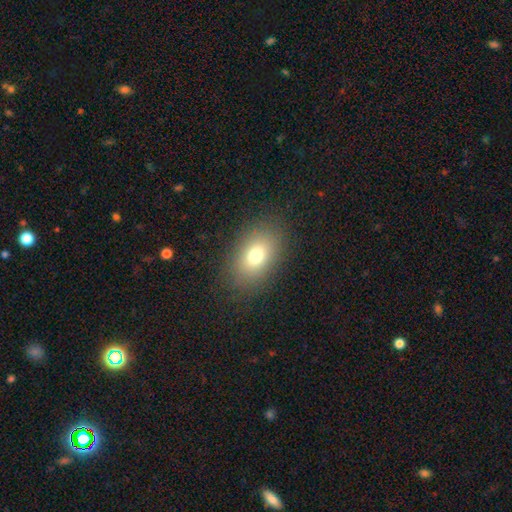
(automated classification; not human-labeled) Smooth or featured?
  - smooth: 76% *
  - featured or disk: 12%
  - star or artifact: 12%
How rounded?
  - in between: 82% *
  - round: 17%
  - cigar-shaped: 1%
Merging?
  - none: 85% *
  - minor disturbance: 9%
  - major disturbance: 4%
  - merger: 1%